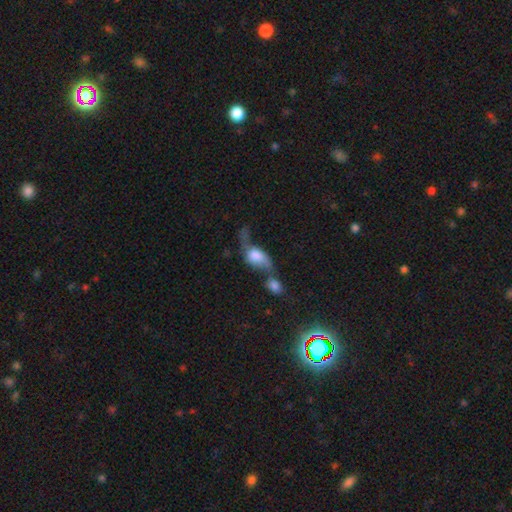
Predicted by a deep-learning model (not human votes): A smooth galaxy with no disk features (59%) that is in between round and cigar-shaped (80%).

Vote fractions:
- Smooth or featured? smooth: 59% / featured or disk: 32% / star or artifact: 10%
- How rounded? in between: 80% / round: 15% / cigar-shaped: 5%
- Merging? merger: 51% / major disturbance: 22% / none: 15% / minor disturbance: 12%